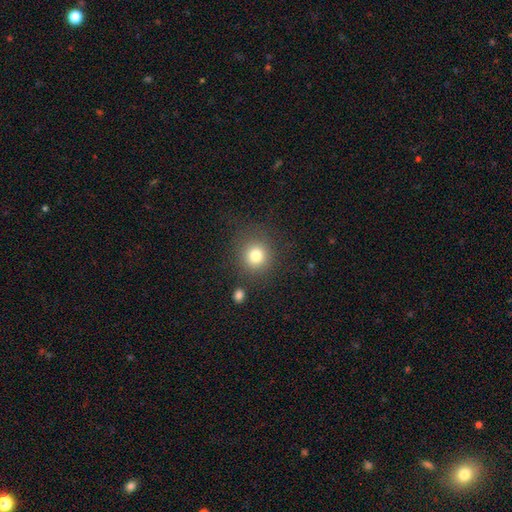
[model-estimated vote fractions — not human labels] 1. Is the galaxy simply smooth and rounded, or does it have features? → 80% smooth, 12% star or artifact, 8% featured or disk.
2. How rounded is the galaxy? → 88% round, 12% in between, 1% cigar-shaped.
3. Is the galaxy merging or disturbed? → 80% none, 10% minor disturbance, 5% major disturbance, 4% merger.